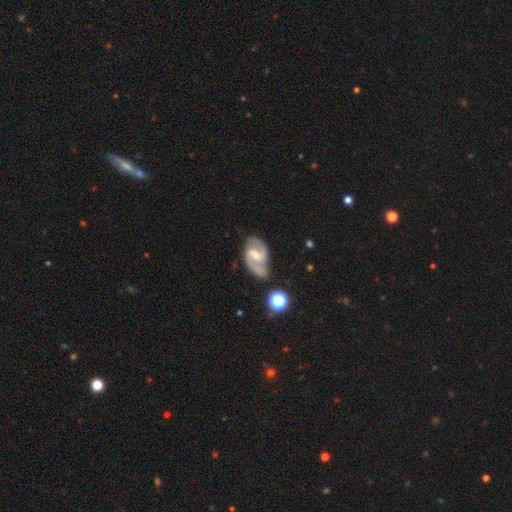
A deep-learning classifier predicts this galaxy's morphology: Smooth or featured: featured or disk — 85% (smooth — 9%)
Edge-on disk: no — 97% (yes — 3%)
Bar: weak — 53% (strong — 30%)
Spiral arms: yes — 96% (no — 4%)
Spiral winding: medium — 56% (loose — 26%)
Spiral arm count: 2 — 91% (can't tell — 4%)
Bulge size: small — 48% (moderate — 43%)
Merging: none — 67% (minor disturbance — 20%)